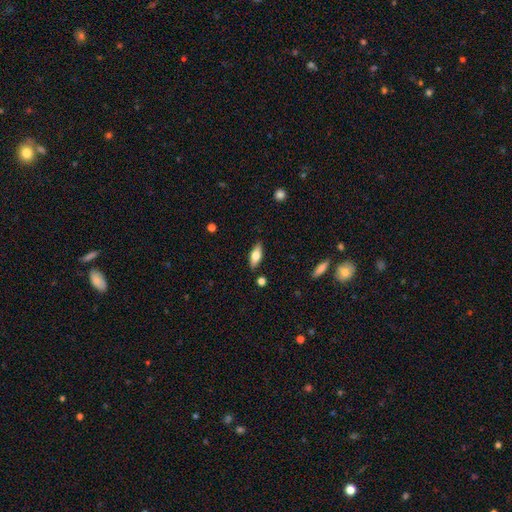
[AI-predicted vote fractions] Morphology: type=smooth (62%); roundness=in between (71%); merging=none (86%).